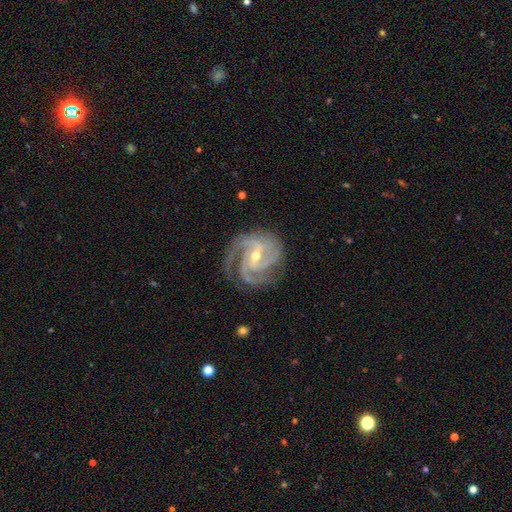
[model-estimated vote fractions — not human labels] Q: Smooth or featured?
A: featured or disk (93%); runner-up: star or artifact (4%)
Q: Edge-on disk?
A: no (98%); runner-up: yes (2%)
Q: Bar?
A: weak (43%); runner-up: strong (29%)
Q: Spiral arms?
A: yes (99%); runner-up: no (1%)
Q: Spiral winding?
A: tight (53%); runner-up: medium (42%)
Q: Spiral arm count?
A: 3 (58%); runner-up: 4 (17%)
Q: Bulge size?
A: small (53%); runner-up: moderate (45%)
Q: Merging?
A: none (76%); runner-up: minor disturbance (16%)